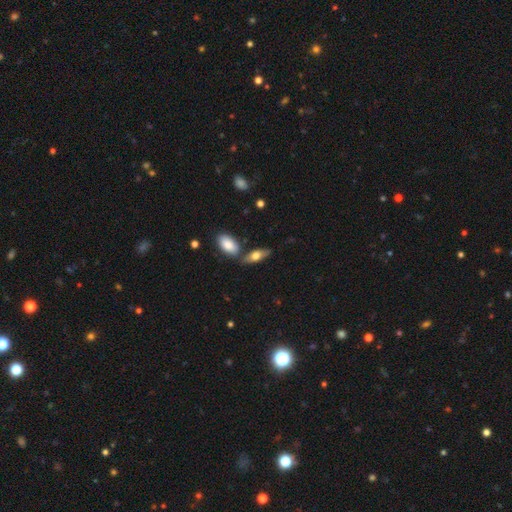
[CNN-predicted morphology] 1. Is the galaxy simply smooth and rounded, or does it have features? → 62% smooth, 31% featured or disk, 7% star or artifact.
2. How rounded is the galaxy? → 72% in between, 25% cigar-shaped, 3% round.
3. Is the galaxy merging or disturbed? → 68% none, 15% merger, 13% minor disturbance, 3% major disturbance.